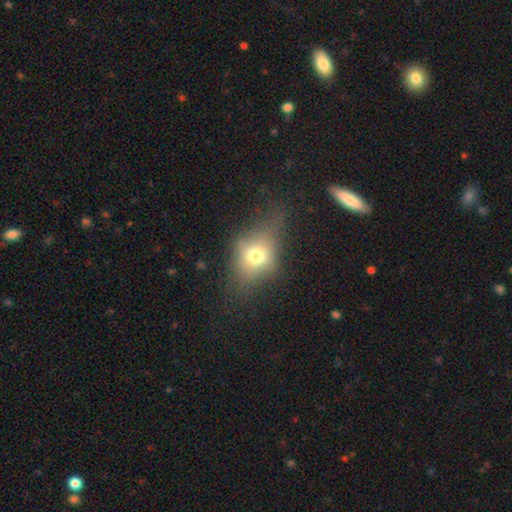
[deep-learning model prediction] Overall: smooth (61%; featured or disk 25%). How rounded: in between (55%; round 41%). Merging: none (49%; minor disturbance 26%).